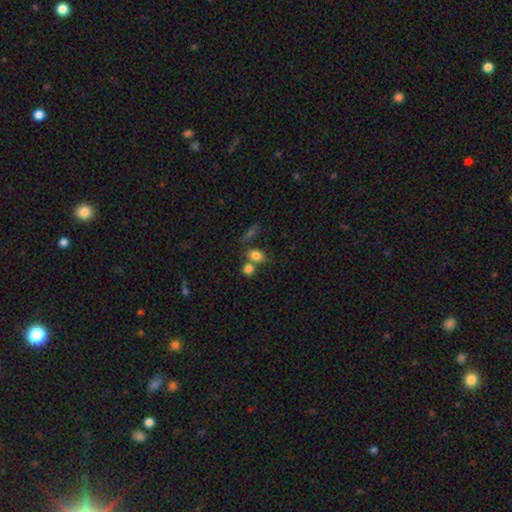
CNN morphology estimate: Smooth or featured?
  - smooth: 81% *
  - star or artifact: 11%
  - featured or disk: 8%
How rounded?
  - in between: 65% *
  - round: 33%
  - cigar-shaped: 2%
Merging?
  - none: 49% *
  - merger: 36%
  - minor disturbance: 10%
  - major disturbance: 5%